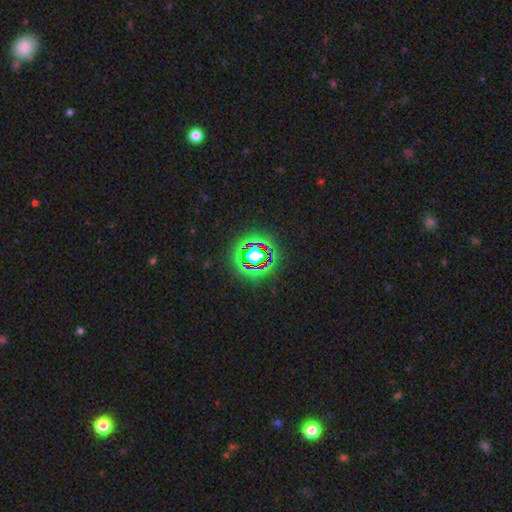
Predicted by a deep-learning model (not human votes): A star or artifact, not a galaxy (67%).